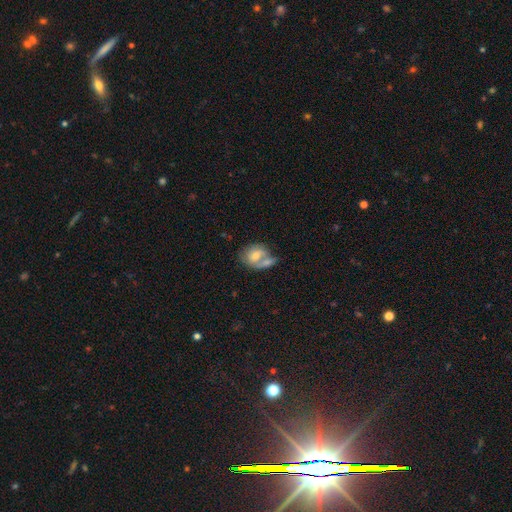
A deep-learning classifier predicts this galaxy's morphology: Smooth or featured: smooth — 60% (featured or disk — 33%)
How rounded: in between — 59% (round — 39%)
Merging: merger — 48% (none — 29%)